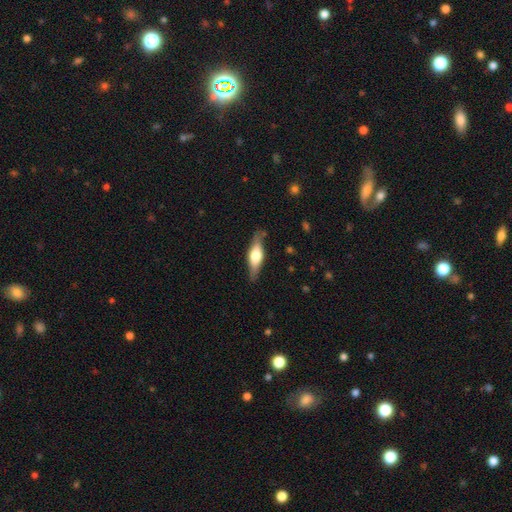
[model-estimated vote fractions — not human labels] This is possibly a featured or disk galaxy (50%). Merging: clearly none (82%).